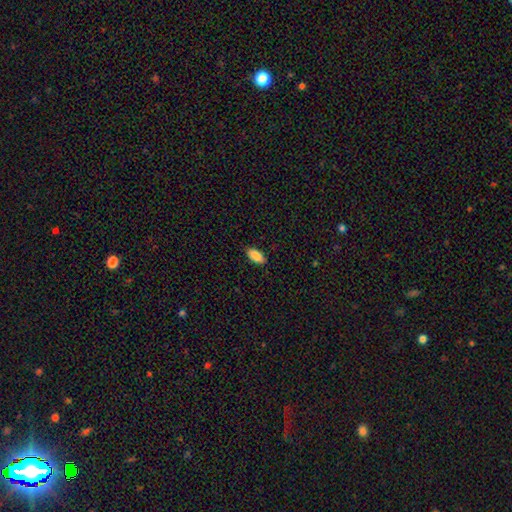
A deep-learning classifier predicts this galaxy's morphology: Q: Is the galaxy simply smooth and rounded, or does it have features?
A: smooth — 89%.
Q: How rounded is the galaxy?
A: in between — 91%.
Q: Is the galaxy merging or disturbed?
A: none — 86%.